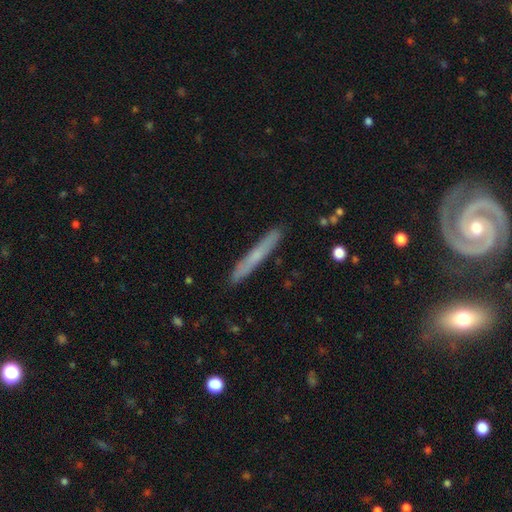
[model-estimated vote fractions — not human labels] This is possibly a smooth galaxy (57%). How rounded: clearly cigar-shaped (96%). Merging: clearly none (89%).